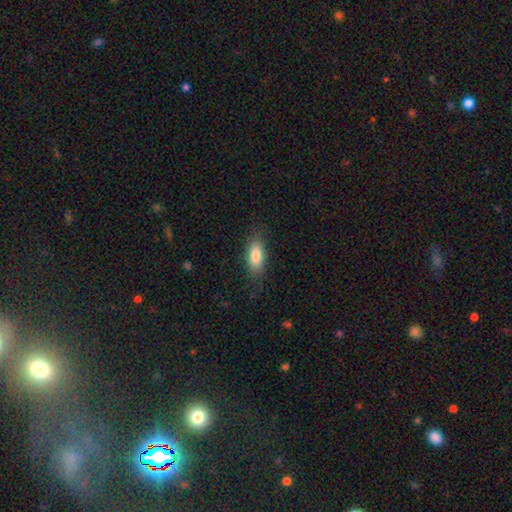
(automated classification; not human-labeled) Smooth or featured? Predicted: smooth (p=0.84). How rounded? Predicted: in between (p=0.81). Merging? Predicted: none (p=0.81).